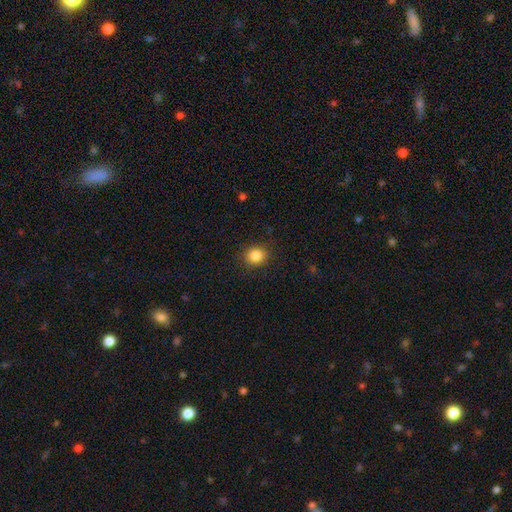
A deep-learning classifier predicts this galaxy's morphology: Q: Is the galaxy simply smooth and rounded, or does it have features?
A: smooth — 85%.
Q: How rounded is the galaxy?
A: round — 77%.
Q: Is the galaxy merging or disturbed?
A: none — 89%.